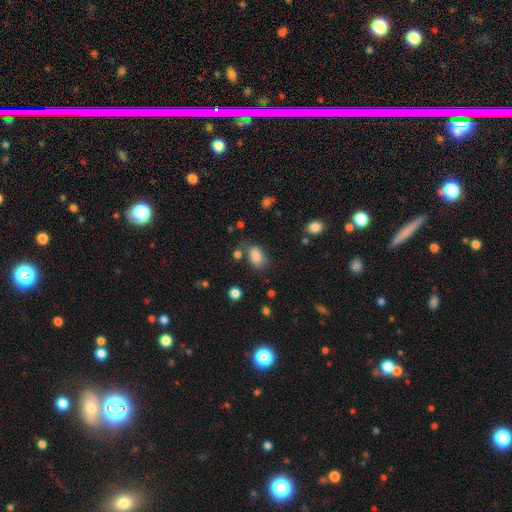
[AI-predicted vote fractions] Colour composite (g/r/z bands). It shows a smooth galaxy with no disk features (84%) that is in between round and cigar-shaped (86%). Merging: none (62%).